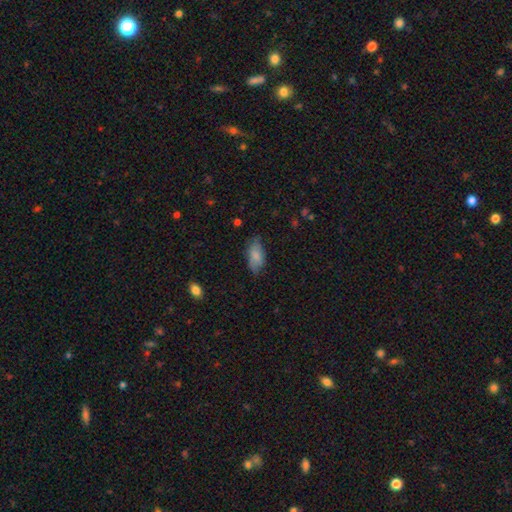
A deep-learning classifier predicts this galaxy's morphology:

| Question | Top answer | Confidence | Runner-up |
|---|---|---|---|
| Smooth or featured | smooth | 79% | featured or disk (14%) |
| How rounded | in between | 91% | cigar-shaped (6%) |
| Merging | none | 69% | minor disturbance (24%) |